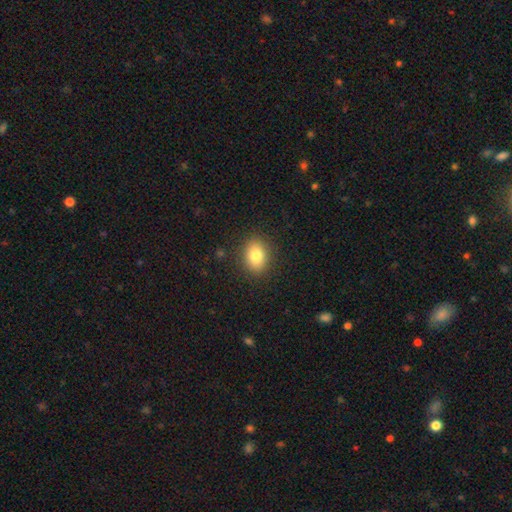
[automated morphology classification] Smooth or featured: smooth — 82% (star or artifact — 9%)
How rounded: in between — 66% (round — 32%)
Merging: none — 88% (minor disturbance — 8%)